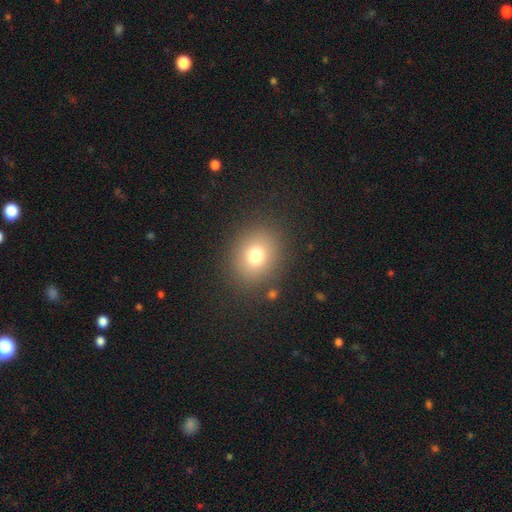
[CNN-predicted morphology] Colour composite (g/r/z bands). It shows a smooth galaxy with no disk features (76%) that is round (68%). Merging: none (86%).